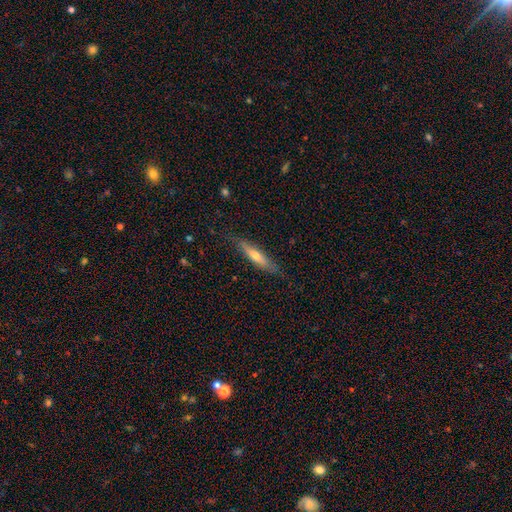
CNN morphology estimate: Smooth or featured? Predicted: smooth (p=0.50). How rounded? Predicted: cigar-shaped (p=0.82). Merging? Predicted: none (p=0.81).